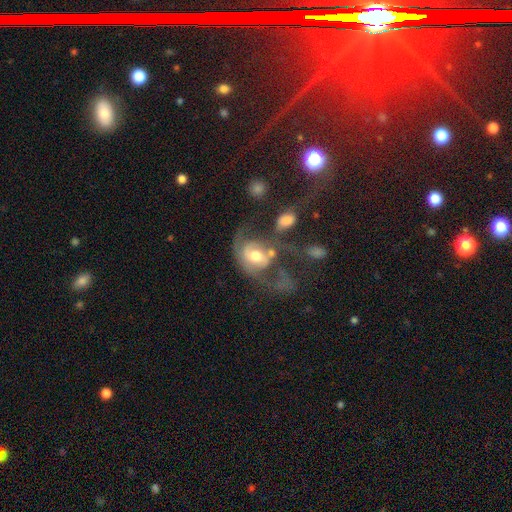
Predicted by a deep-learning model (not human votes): smooth_or_featured: featured or disk (p=0.65) [alt: smooth p=0.27]
disk_edge_on: no (p=0.96) [alt: yes p=0.04]
bar: no (p=0.65) [alt: weak p=0.27]
has_spiral_arms: yes (p=0.68) [alt: no p=0.32]
bulge_size: moderate (p=0.67) [alt: large p=0.18]
merging: major disturbance (p=0.37) [alt: merger p=0.36]